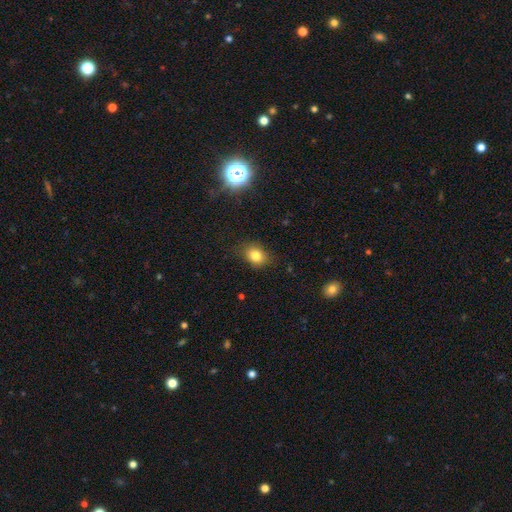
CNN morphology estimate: This appears to be a smooth galaxy with no disk features (80%) that is in between round and cigar-shaped (54%). Merging: none (80%).